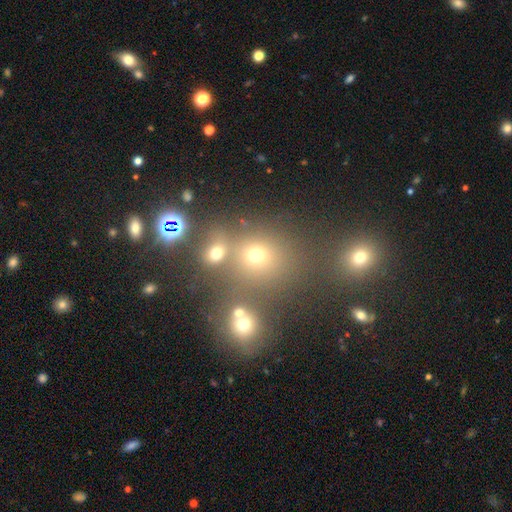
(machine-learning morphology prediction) smooth_or_featured: smooth (p=0.65) [alt: star or artifact p=0.26]
how_rounded: round (p=0.80) [alt: in between p=0.19]
merging: none (p=0.63) [alt: merger p=0.23]